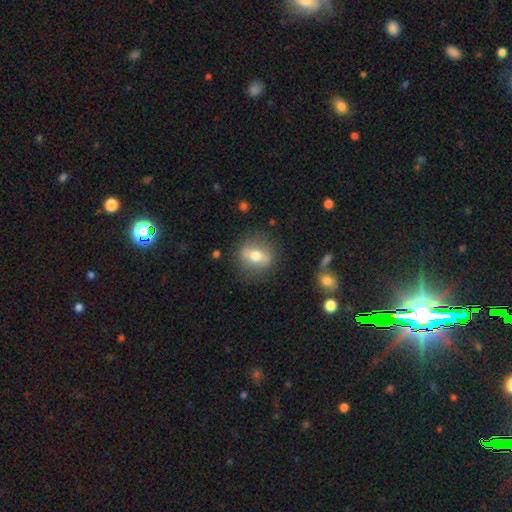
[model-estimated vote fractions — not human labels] Smooth or featured?
  - smooth: 52% *
  - featured or disk: 40%
  - star or artifact: 8%
How rounded?
  - round: 51% *
  - in between: 43%
  - cigar-shaped: 6%
Merging?
  - none: 83% *
  - minor disturbance: 11%
  - major disturbance: 4%
  - merger: 2%